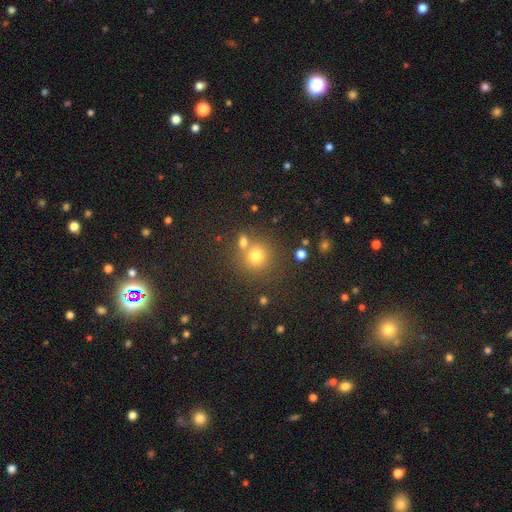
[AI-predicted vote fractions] Morphology: type=smooth (73%); roundness=round (88%); merging=none (66%).